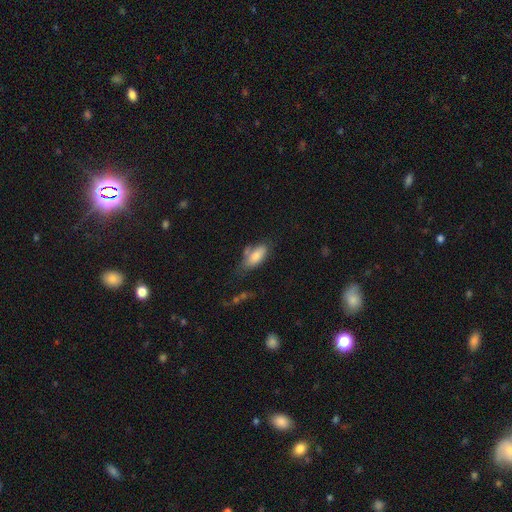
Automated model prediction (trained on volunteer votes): This is likely a smooth galaxy (79%). How rounded: clearly in between (84%). Merging: possibly none (49%).